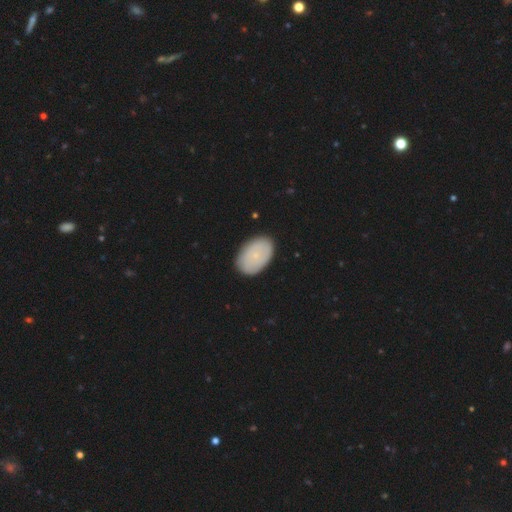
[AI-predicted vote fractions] smooth 75%, featured or disk 19%, star or artifact 7%. Down the decision tree: how rounded — in between (90%); merging — none (87%).